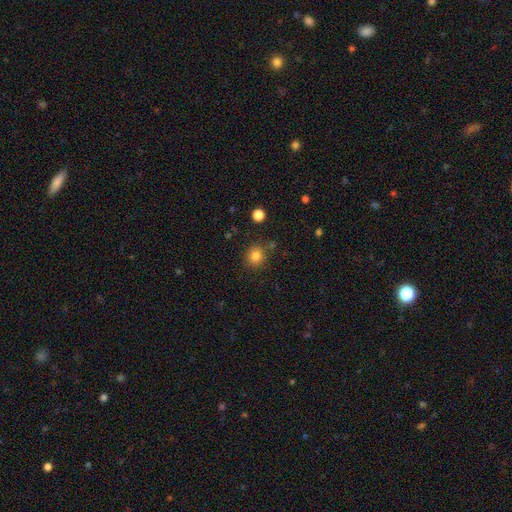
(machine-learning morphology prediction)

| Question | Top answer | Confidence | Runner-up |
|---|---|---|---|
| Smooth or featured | smooth | 82% | star or artifact (12%) |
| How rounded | round | 87% | in between (13%) |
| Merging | none | 83% | minor disturbance (9%) |